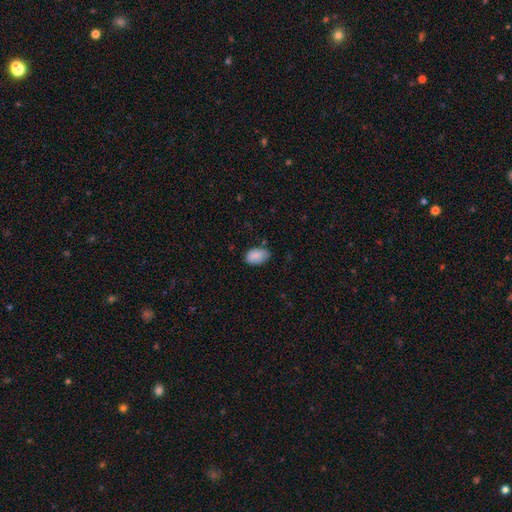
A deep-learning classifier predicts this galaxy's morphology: smooth 87%, star or artifact 7%, featured or disk 7%. Down the decision tree: how rounded — in between (90%); merging — none (72%).